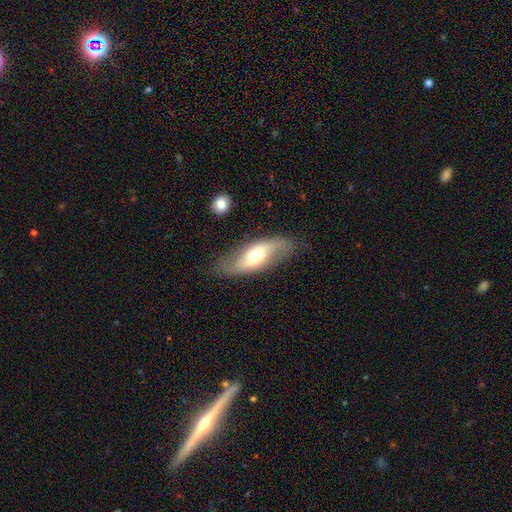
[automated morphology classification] Smooth or featured: featured or disk — 60% (smooth — 33%)
Edge-on disk: no — 82% (yes — 18%)
Merging: none — 72% (minor disturbance — 18%)